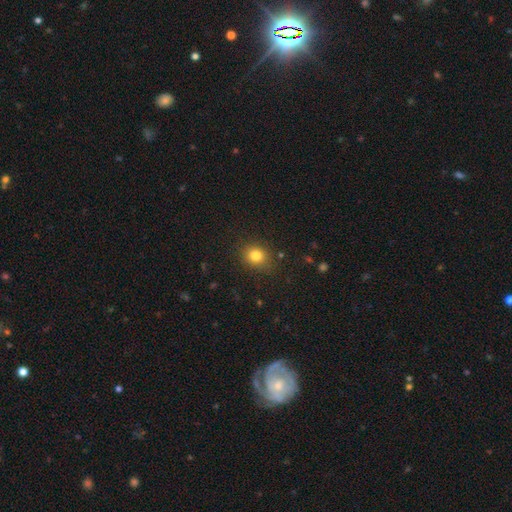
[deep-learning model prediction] Morphology: type=smooth (81%); roundness=round (71%); merging=none (84%).